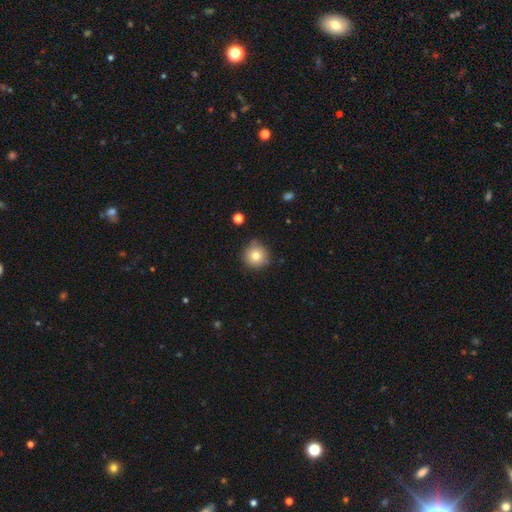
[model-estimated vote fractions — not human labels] Smooth or featured? Predicted: smooth (p=0.79). How rounded? Predicted: round (p=0.94). Merging? Predicted: none (p=0.79).